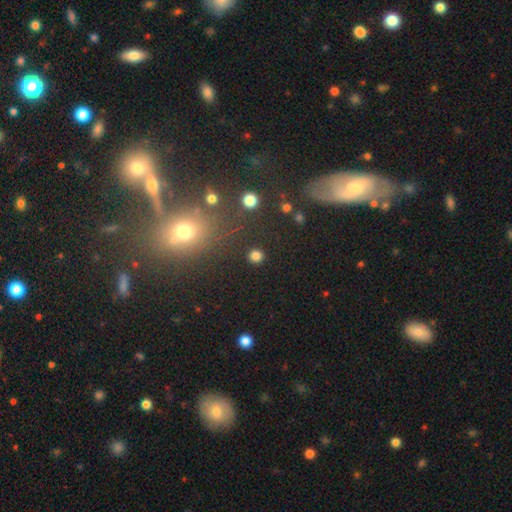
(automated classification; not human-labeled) Overall: smooth (81%). How rounded: round (91%). Merging: none (91%).